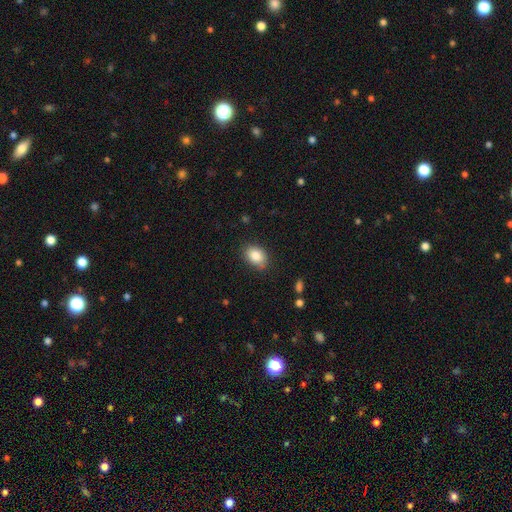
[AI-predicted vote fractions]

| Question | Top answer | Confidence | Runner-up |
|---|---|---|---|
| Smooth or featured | smooth | 85% | star or artifact (8%) |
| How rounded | in between | 76% | round (23%) |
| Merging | none | 82% | minor disturbance (14%) |